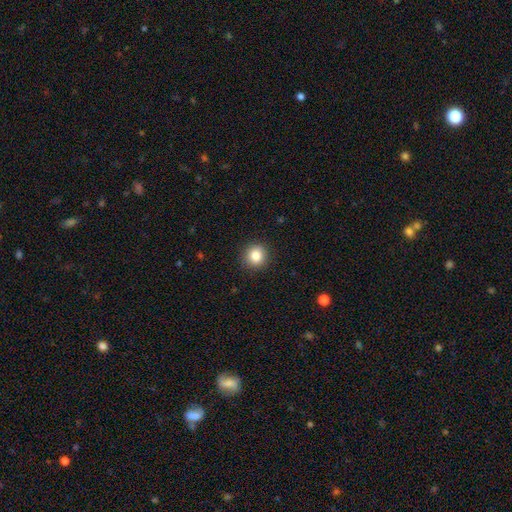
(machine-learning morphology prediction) Smooth or featured? smooth (84%)
How rounded? round (91%)
Merging? none (91%)